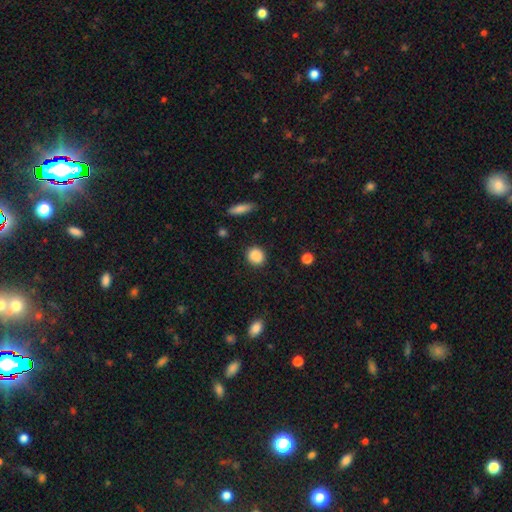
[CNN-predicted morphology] Q: Smooth or featured?
A: smooth (88%); runner-up: star or artifact (8%)
Q: How rounded?
A: round (77%); runner-up: in between (22%)
Q: Merging?
A: none (88%); runner-up: minor disturbance (8%)